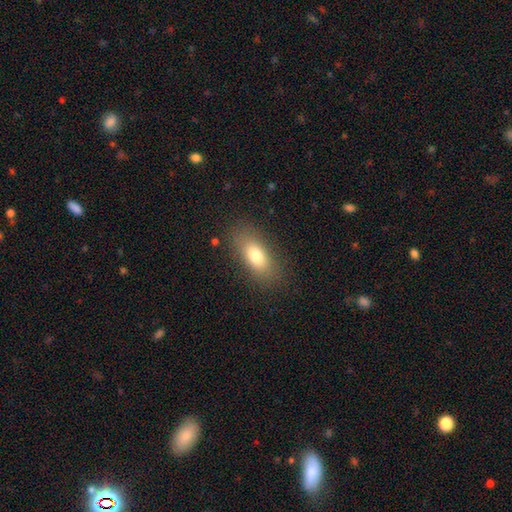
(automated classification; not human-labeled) smooth 77%, featured or disk 14%, star or artifact 9%. Down the decision tree: how rounded — in between (81%); merging — none (83%).